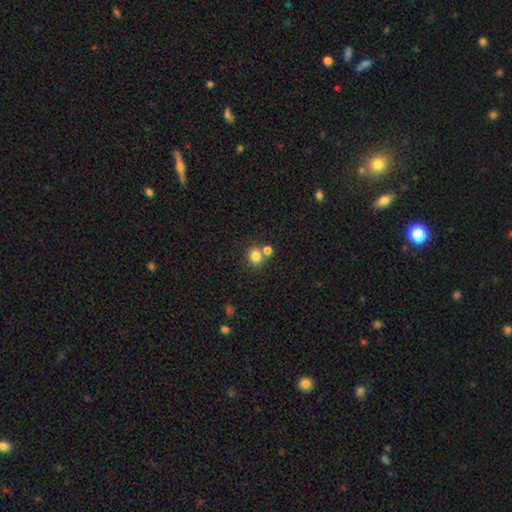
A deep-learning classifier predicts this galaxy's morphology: type=smooth (80%); roundness=round (86%); merging=none (64%).